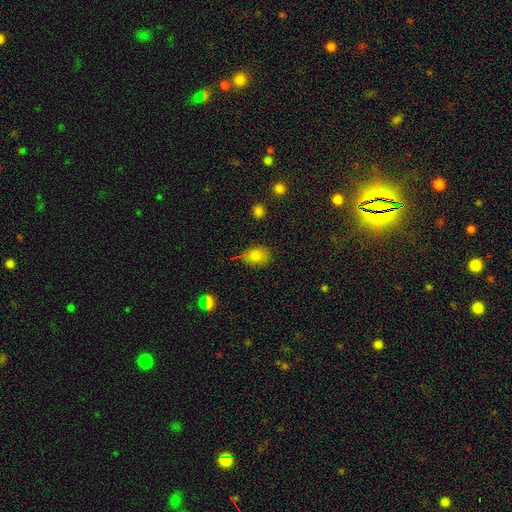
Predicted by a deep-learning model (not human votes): Q: Smooth or featured?
A: smooth (78%); runner-up: star or artifact (14%)
Q: How rounded?
A: in between (59%); runner-up: round (39%)
Q: Merging?
A: none (75%); runner-up: minor disturbance (18%)